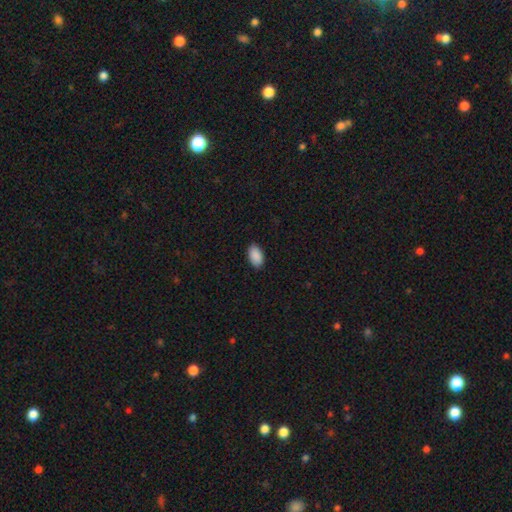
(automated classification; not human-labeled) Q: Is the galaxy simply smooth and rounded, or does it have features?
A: smooth — 91%.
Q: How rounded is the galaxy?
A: in between — 95%.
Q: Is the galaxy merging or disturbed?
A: none — 89%.